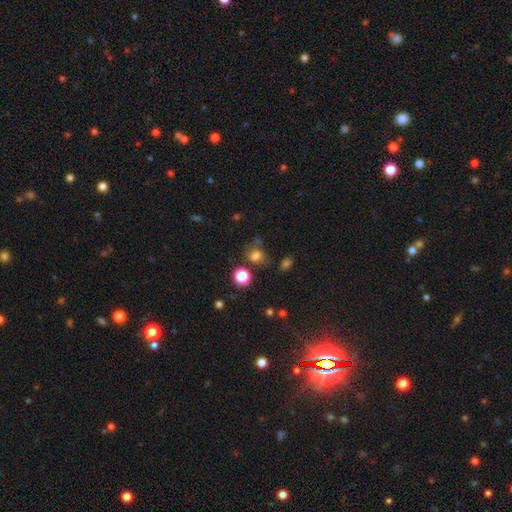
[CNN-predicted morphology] Q: Smooth or featured?
A: smooth (72%); runner-up: star or artifact (20%)
Q: How rounded?
A: round (68%); runner-up: in between (31%)
Q: Merging?
A: none (59%); runner-up: minor disturbance (20%)